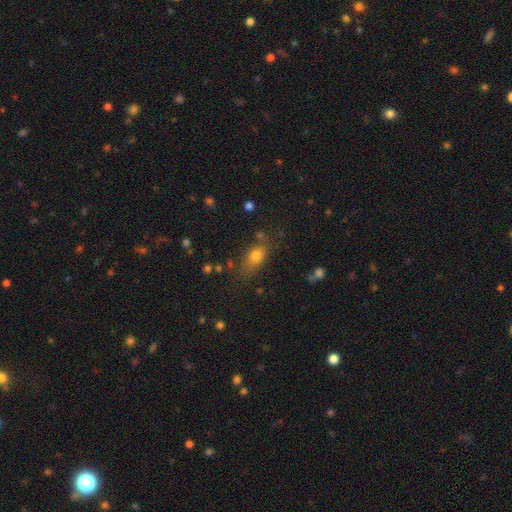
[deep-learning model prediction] Smooth or featured?
  - smooth: 73% *
  - star or artifact: 14%
  - featured or disk: 13%
How rounded?
  - in between: 71% *
  - round: 18%
  - cigar-shaped: 11%
Merging?
  - none: 69% *
  - minor disturbance: 18%
  - major disturbance: 7%
  - merger: 6%